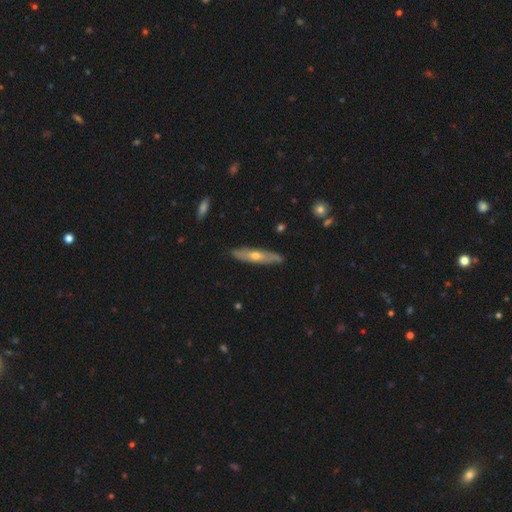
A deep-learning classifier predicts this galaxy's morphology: smooth_or_featured: featured or disk (p=0.55) [alt: smooth p=0.39]
disk_edge_on: yes (p=0.69) [alt: no p=0.31]
merging: none (p=0.85) [alt: minor disturbance p=0.12]